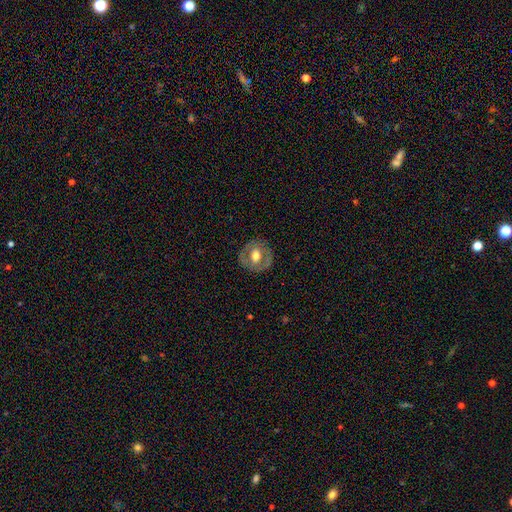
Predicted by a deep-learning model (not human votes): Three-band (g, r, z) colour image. It shows a featured or disk galaxy (49%). Merging: none (84%).